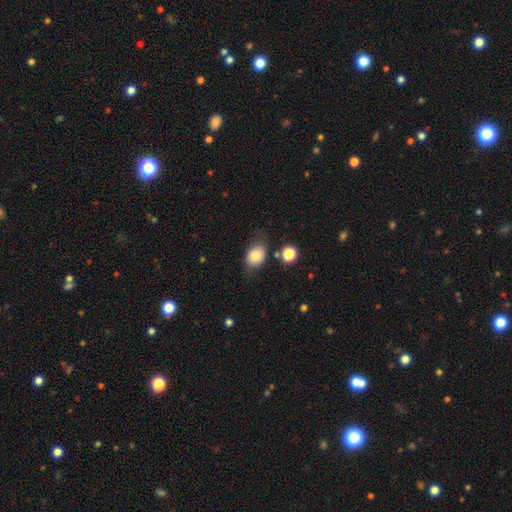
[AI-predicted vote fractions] Morphology: type=smooth (76%); roundness=in between (63%); merging=none (65%).